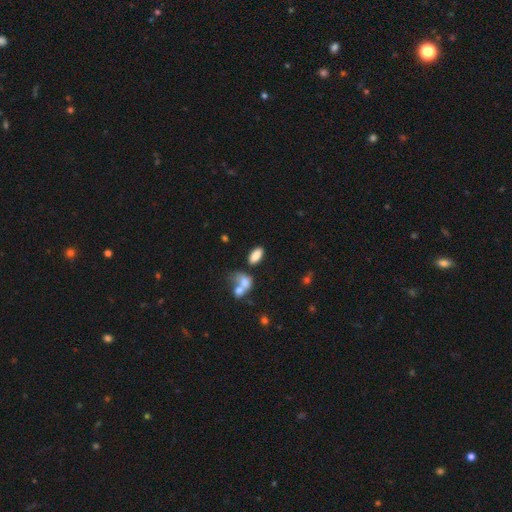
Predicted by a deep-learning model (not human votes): Smooth or featured: smooth — 83% (star or artifact — 9%)
How rounded: in between — 90% (cigar-shaped — 6%)
Merging: none — 62% (merger — 20%)